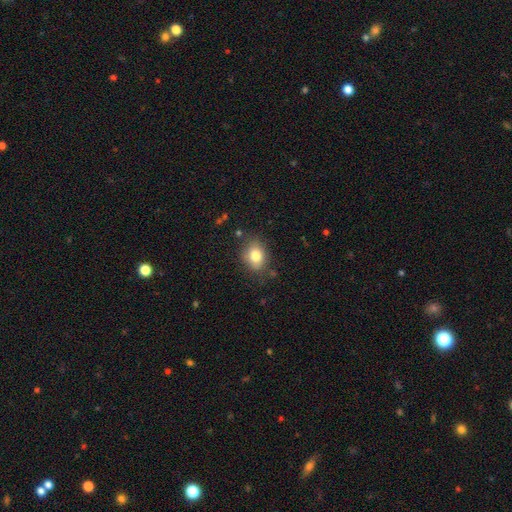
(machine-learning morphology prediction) The model was most divided on "how rounded": in between: 61%, round: 38%, cigar-shaped: 1%. More confident: merging — none (80%); smooth or featured — smooth (80%).